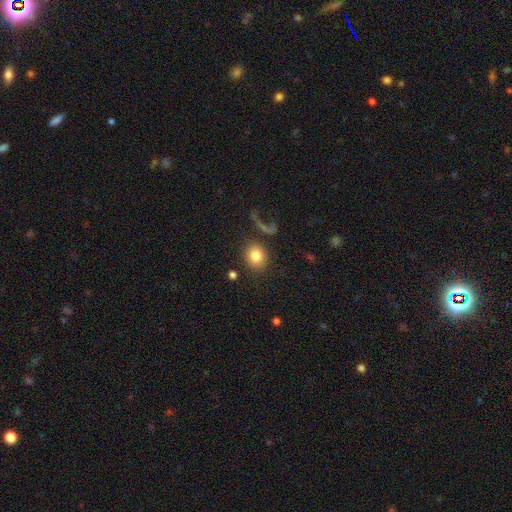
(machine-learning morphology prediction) Smooth or featured? Predicted: smooth (p=0.81). How rounded? Predicted: round (p=0.71). Merging? Predicted: none (p=0.82).